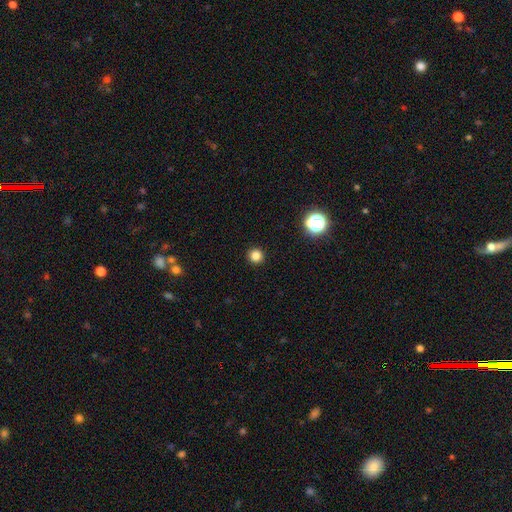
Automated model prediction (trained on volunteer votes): Smooth or featured: smooth — 82% (star or artifact — 14%)
How rounded: round — 95% (in between — 4%)
Merging: none — 93% (minor disturbance — 4%)